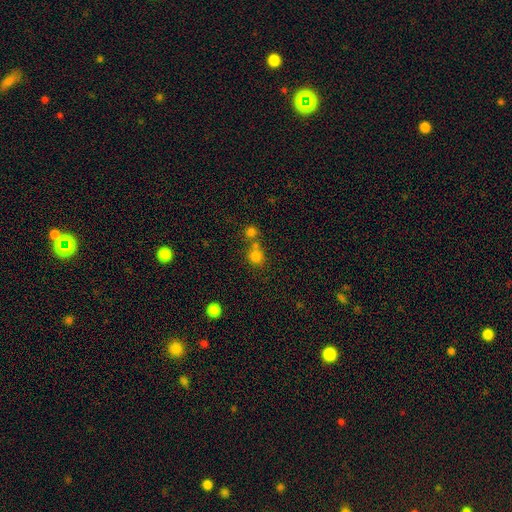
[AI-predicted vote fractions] This appears to be a smooth galaxy with no disk features (78%) that is round (85%). Merging: none (53%).